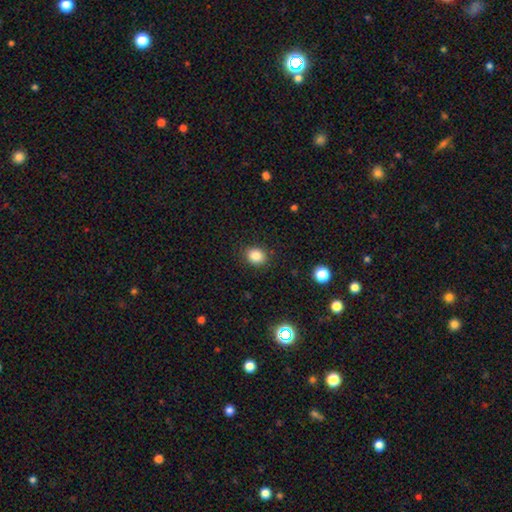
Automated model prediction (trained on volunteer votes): Q: Smooth or featured?
A: smooth (84%); runner-up: star or artifact (11%)
Q: How rounded?
A: round (62%); runner-up: in between (38%)
Q: Merging?
A: none (88%); runner-up: minor disturbance (8%)